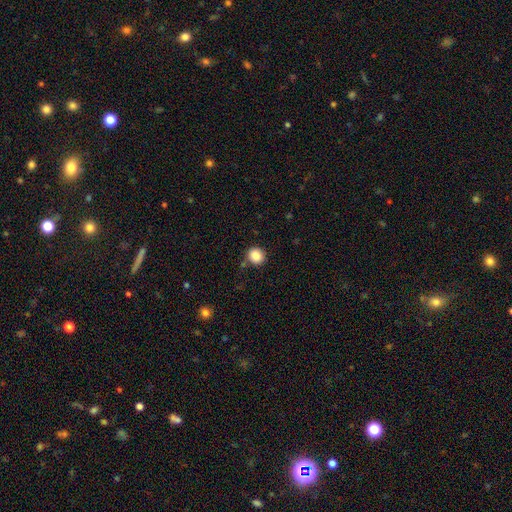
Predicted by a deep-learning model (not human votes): Smooth or featured? Predicted: smooth (p=0.86). How rounded? Predicted: round (p=0.89). Merging? Predicted: none (p=0.84).